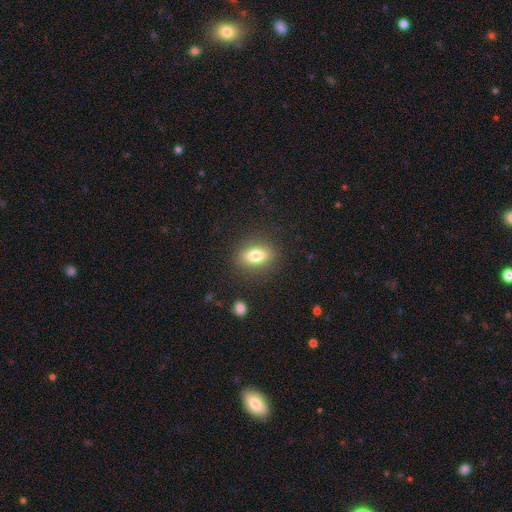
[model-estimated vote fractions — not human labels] The model was most divided on "how rounded": in between: 79%, round: 15%, cigar-shaped: 6%. More confident: merging — none (86%); smooth or featured — smooth (79%).